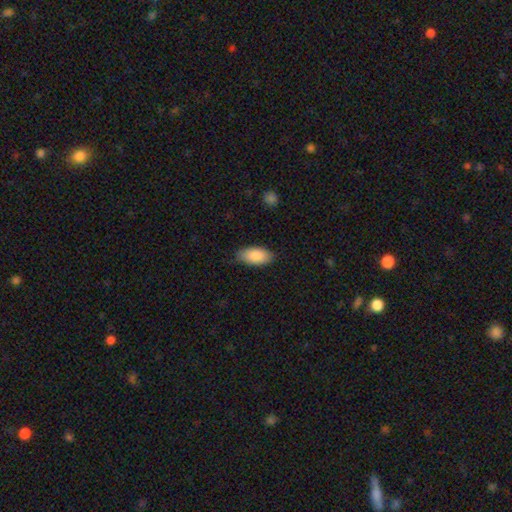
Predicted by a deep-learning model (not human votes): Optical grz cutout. It shows a smooth galaxy with no disk features (88%) that is in between round and cigar-shaped (93%). Merging: none (85%).